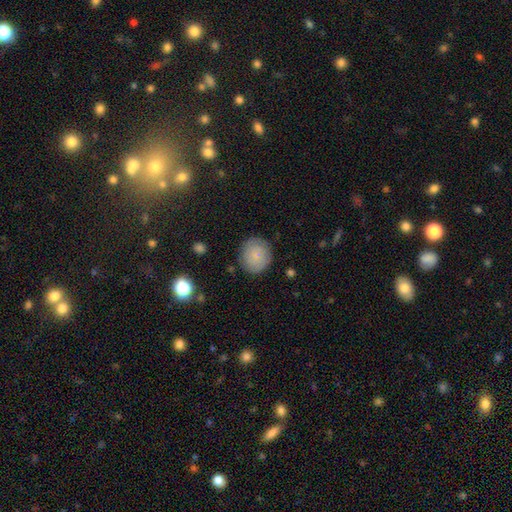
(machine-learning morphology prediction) Smooth or featured? Predicted: smooth (p=0.74). How rounded? Predicted: round (p=0.80). Merging? Predicted: none (p=0.83).